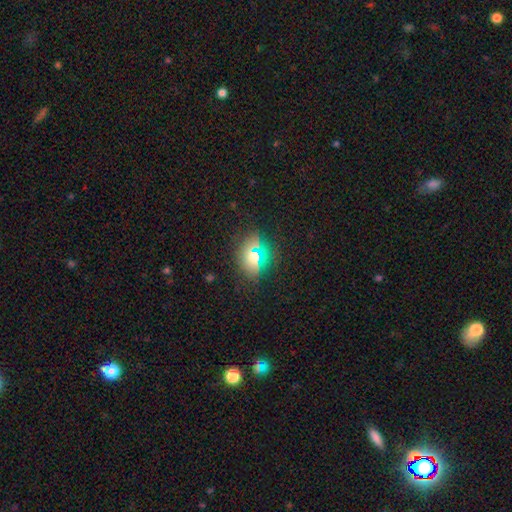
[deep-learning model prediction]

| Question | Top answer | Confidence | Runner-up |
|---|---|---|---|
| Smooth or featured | smooth | 62% | star or artifact (24%) |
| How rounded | round | 53% | in between (44%) |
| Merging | none | 80% | minor disturbance (13%) |